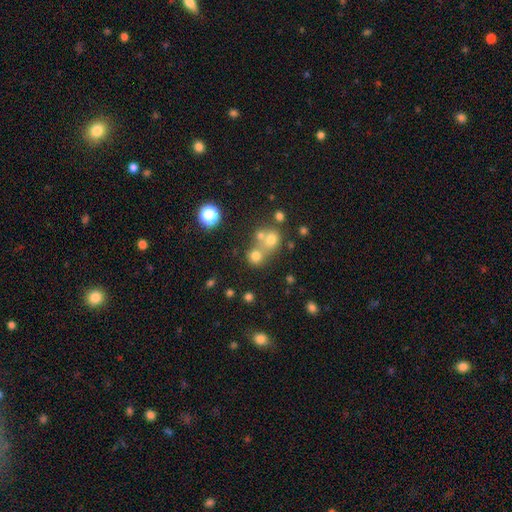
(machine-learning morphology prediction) Smooth or featured? Predicted: smooth (p=0.70). How rounded? Predicted: round (p=0.84). Merging? Predicted: none (p=0.49).